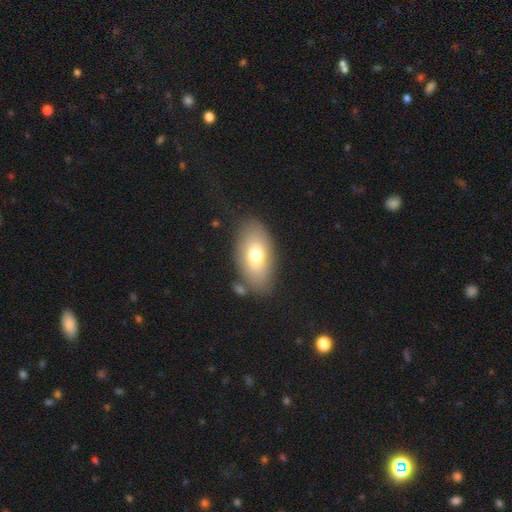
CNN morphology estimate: Smooth or featured: smooth — 71% (featured or disk — 21%)
How rounded: in between — 91% (round — 5%)
Merging: none — 77% (minor disturbance — 13%)